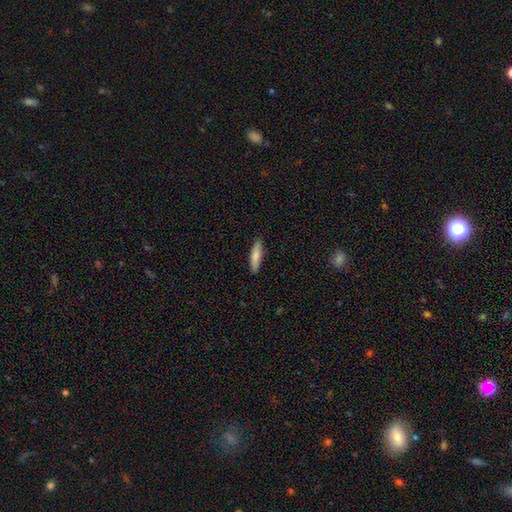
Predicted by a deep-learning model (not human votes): Smooth or featured? smooth (82%)
How rounded? cigar-shaped (70%)
Merging? none (89%)